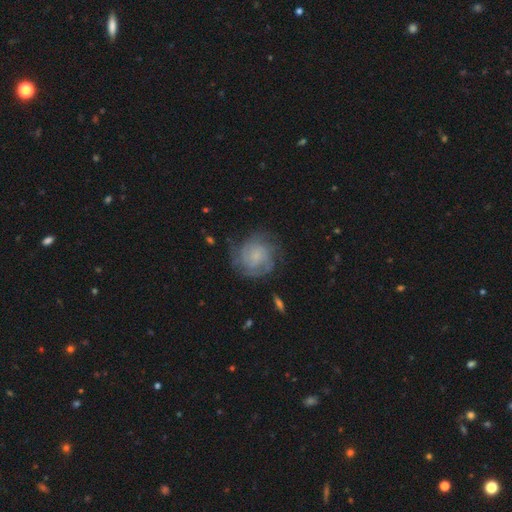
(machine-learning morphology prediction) featured or disk 69%, smooth 23%, star or artifact 8%. Down the decision tree: edge-on disk — no (98%); bar — no (71%); spiral arms — yes (91%); spiral arm count — can't tell (41%); spiral winding — tight (62%); bulge size — small (45%); merging — none (70%).